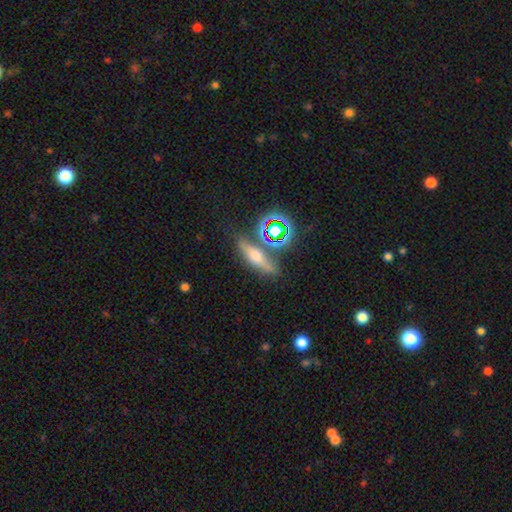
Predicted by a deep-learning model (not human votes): smooth 40%, featured or disk 36%, star or artifact 24%. Down the decision tree: merging — none (74%).